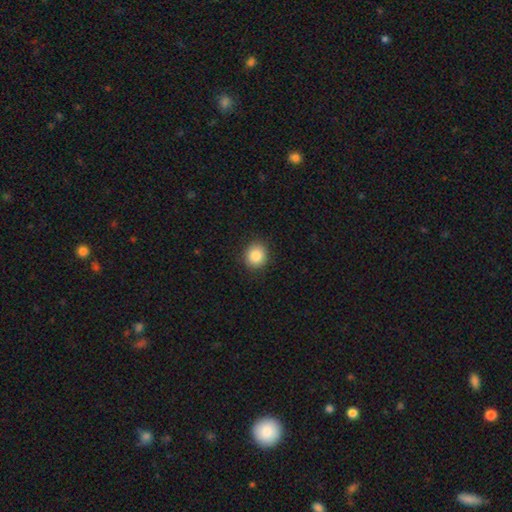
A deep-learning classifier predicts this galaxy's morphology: The model was most divided on "how rounded": round: 82%, in between: 17%, cigar-shaped: 1%. More confident: merging — none (89%); smooth or featured — smooth (86%).